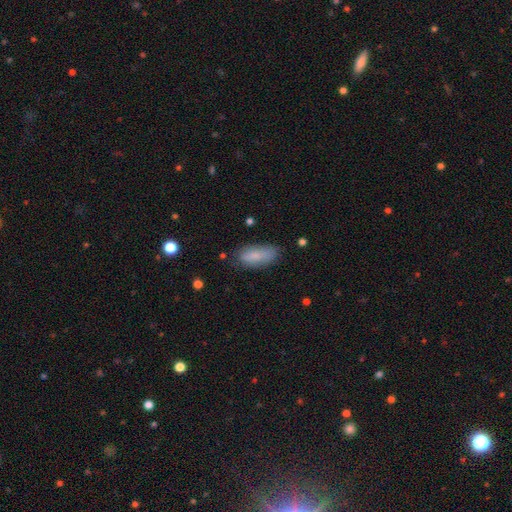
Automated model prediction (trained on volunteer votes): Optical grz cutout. It shows a smooth galaxy with no disk features (81%) that is in between round and cigar-shaped (75%). Merging: none (73%).